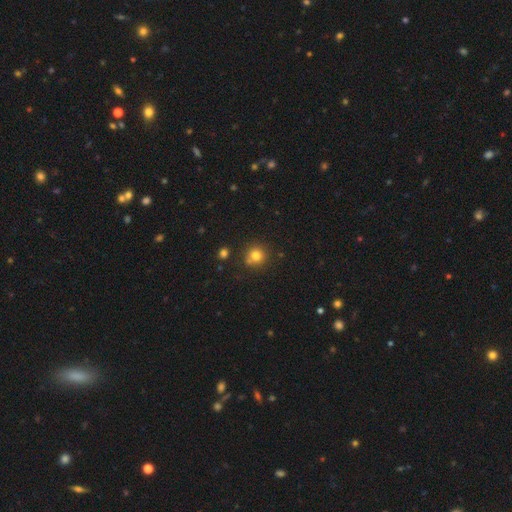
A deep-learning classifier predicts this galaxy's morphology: The model was most divided on "merging": none: 75%, merger: 11%, minor disturbance: 11%, major disturbance: 3%. More confident: how rounded — round (91%); smooth or featured — smooth (79%).